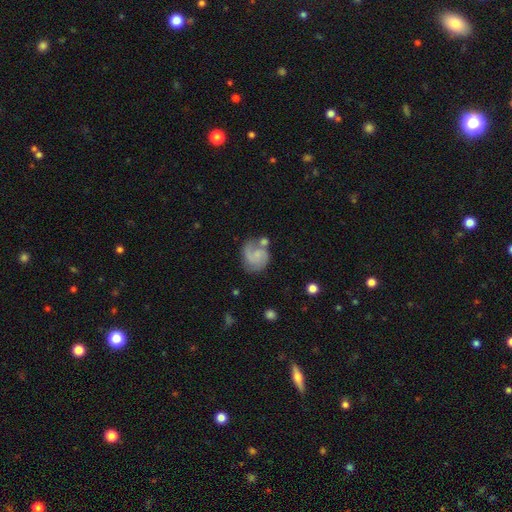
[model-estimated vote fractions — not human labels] Morphology: type=featured or disk (57%); edge-on=no (98%); bar=no (70%); spiral arms=yes (86%); bulge=small (45%); merging=none (41%).